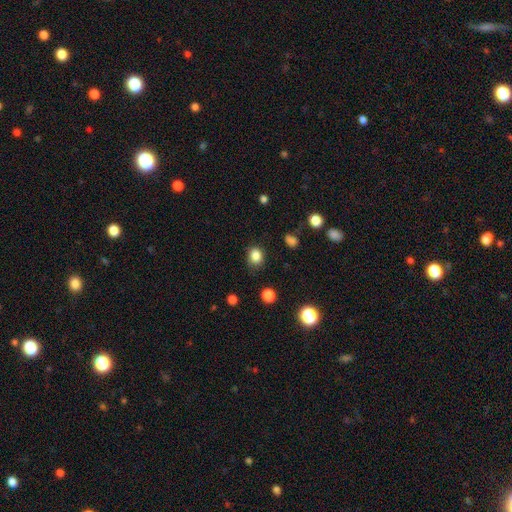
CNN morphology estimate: Overall: smooth (84%). How rounded: round (59%; in between 40%). Merging: none (78%).